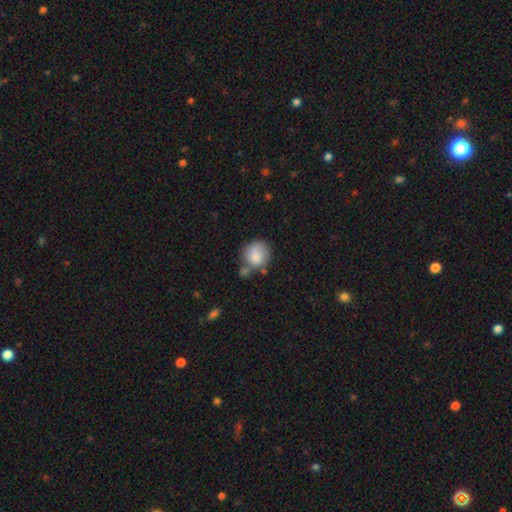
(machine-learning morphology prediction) Smooth or featured? Predicted: smooth (p=0.83). How rounded? Predicted: round (p=0.84). Merging? Predicted: none (p=0.55).